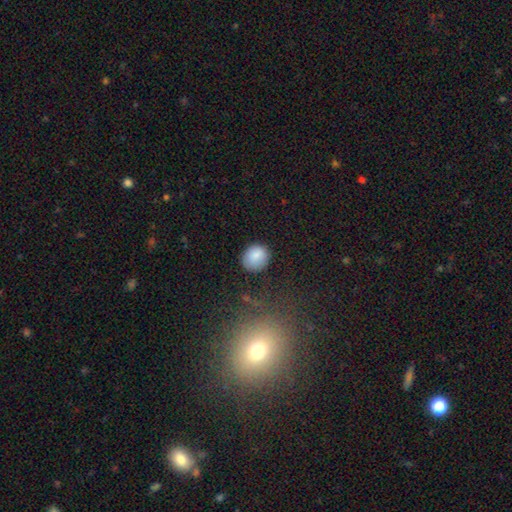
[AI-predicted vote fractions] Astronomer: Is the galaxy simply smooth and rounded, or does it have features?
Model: smooth — 86%.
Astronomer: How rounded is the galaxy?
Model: round — 76%.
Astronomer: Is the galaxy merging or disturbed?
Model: none — 81%.